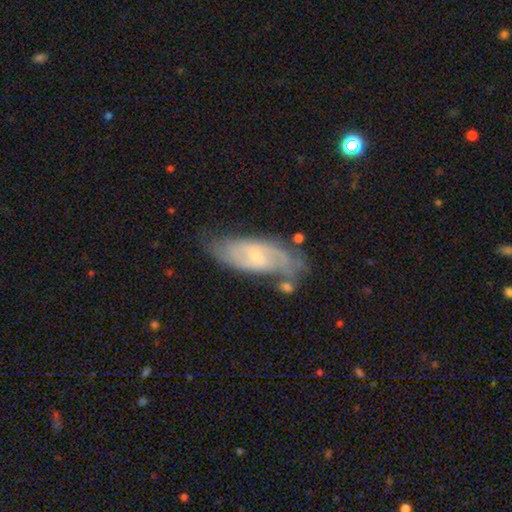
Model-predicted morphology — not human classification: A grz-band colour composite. It shows a featured or disk galaxy (74%) with no bar (54%), 2 (63%) medium (43%) spiral arms (91%) and a small central bulge (74%). Merging: none (61%).